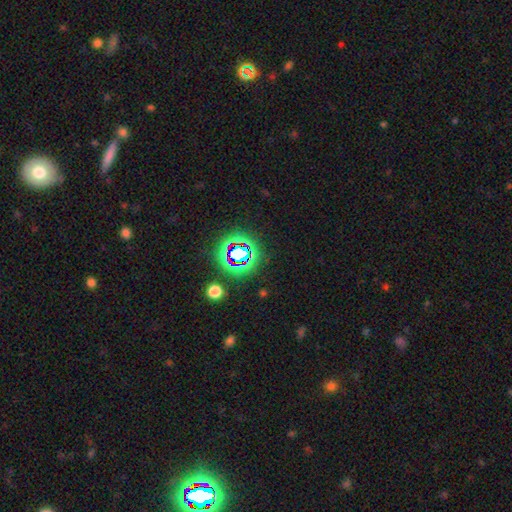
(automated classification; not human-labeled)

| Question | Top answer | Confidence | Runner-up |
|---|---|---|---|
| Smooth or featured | star or artifact | 75% | smooth (16%) |